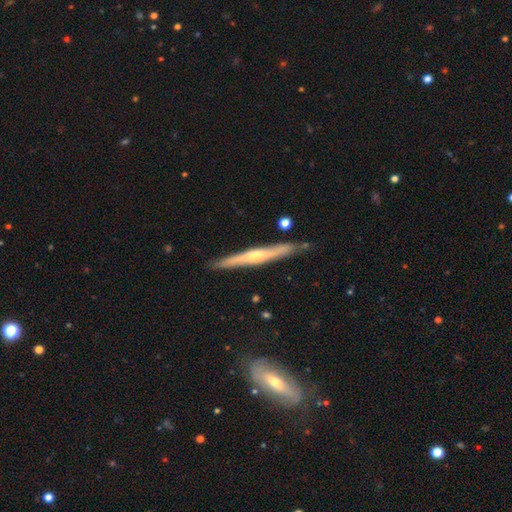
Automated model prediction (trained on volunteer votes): Smooth or featured: featured or disk — 67% (smooth — 27%)
Edge-on disk: yes — 96% (no — 4%)
Edge-on bulge: rounded — 74% (none — 21%)
Merging: none — 87% (minor disturbance — 10%)